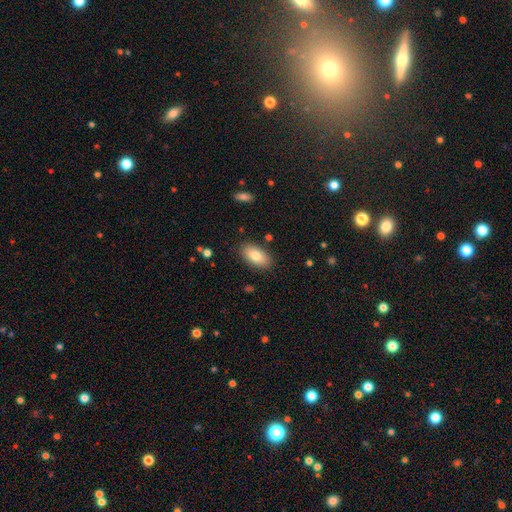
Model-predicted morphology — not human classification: The model was most divided on "smooth or featured": smooth: 80%, featured or disk: 13%, star or artifact: 7%. More confident: how rounded — in between (93%); merging — none (87%).